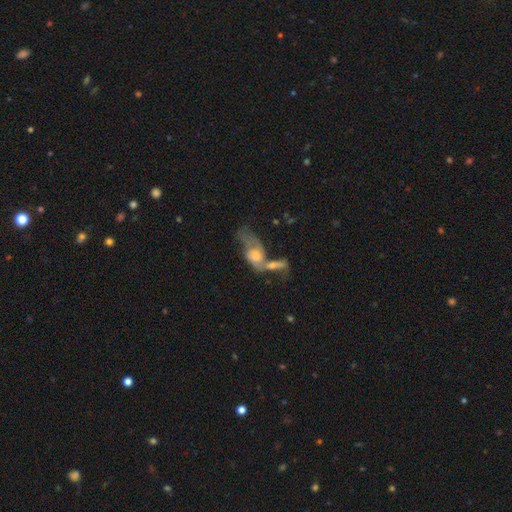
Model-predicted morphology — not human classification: Smooth or featured? featured or disk (50%)
Merging? merger (59%)